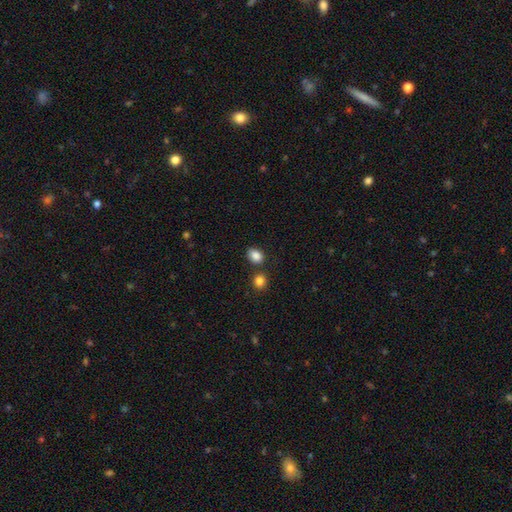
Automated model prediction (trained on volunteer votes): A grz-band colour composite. It shows a smooth galaxy with no disk features (87%) that is in between round and cigar-shaped (68%). Merging: none (72%).